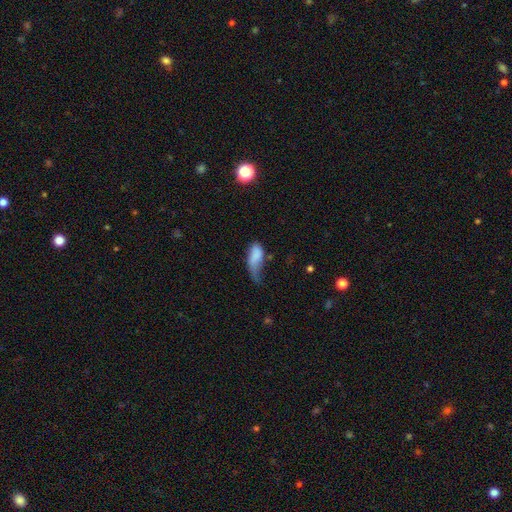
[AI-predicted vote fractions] Smooth or featured? smooth (75%)
How rounded? in between (87%)
Merging? major disturbance (49%)